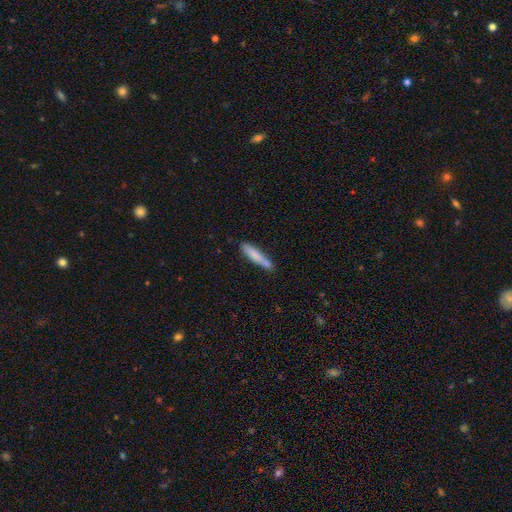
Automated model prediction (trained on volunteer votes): Smooth or featured? Predicted: smooth (p=0.77). How rounded? Predicted: cigar-shaped (p=0.89). Merging? Predicted: none (p=0.70).